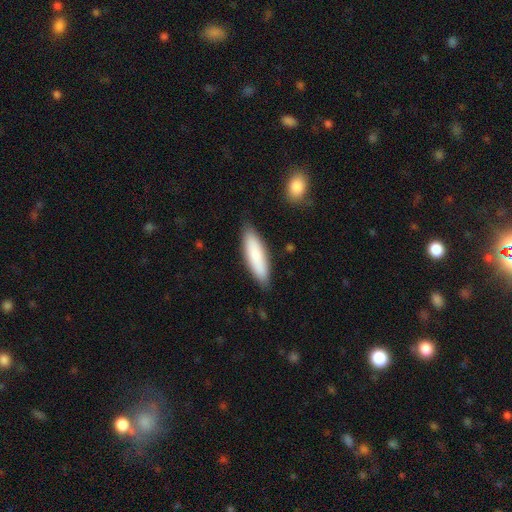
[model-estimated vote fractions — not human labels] Morphology: type=smooth (83%); roundness=cigar-shaped (62%); merging=none (85%).